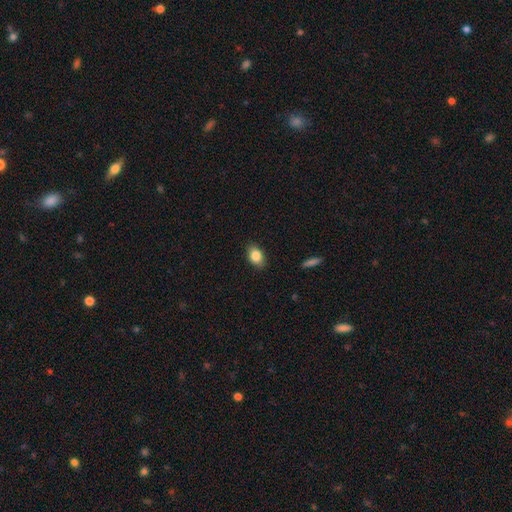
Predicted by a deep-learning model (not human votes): This is clearly a smooth galaxy (84%). How rounded: clearly in between (82%). Merging: clearly none (86%).